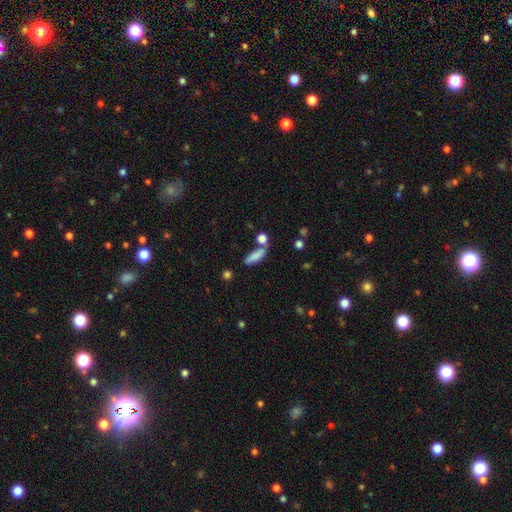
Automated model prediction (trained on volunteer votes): This is clearly a smooth galaxy (81%). How rounded: possibly in between (49%). Merging: likely none (61%).